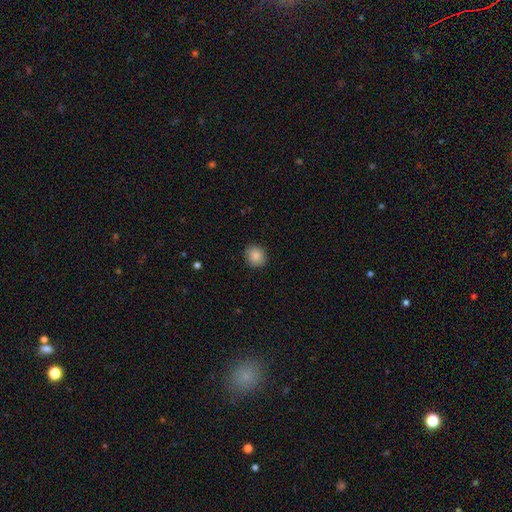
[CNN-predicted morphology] Q: Smooth or featured?
A: smooth (88%); runner-up: star or artifact (8%)
Q: How rounded?
A: round (81%); runner-up: in between (18%)
Q: Merging?
A: none (89%); runner-up: minor disturbance (8%)